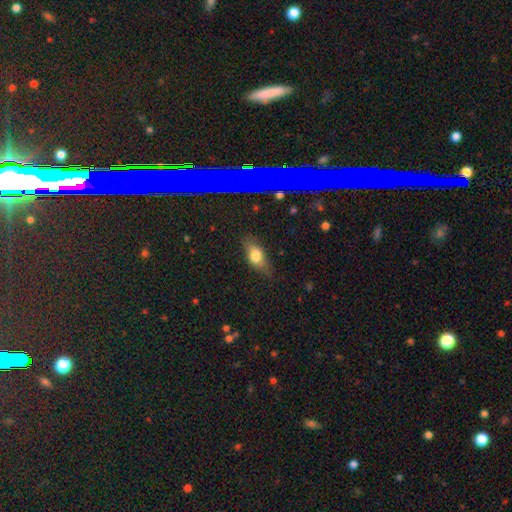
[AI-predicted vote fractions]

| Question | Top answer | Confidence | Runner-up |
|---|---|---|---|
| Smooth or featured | smooth | 67% | featured or disk (22%) |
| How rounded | in between | 77% | cigar-shaped (14%) |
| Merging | none | 75% | minor disturbance (19%) |